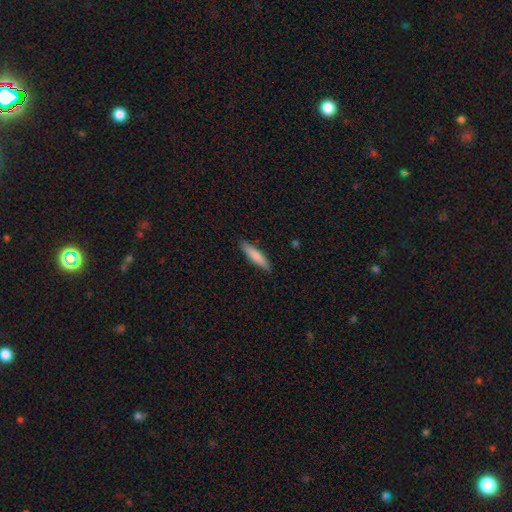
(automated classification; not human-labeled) smooth 82%, featured or disk 12%, star or artifact 5%. Down the decision tree: how rounded — cigar-shaped (78%); merging — none (89%).